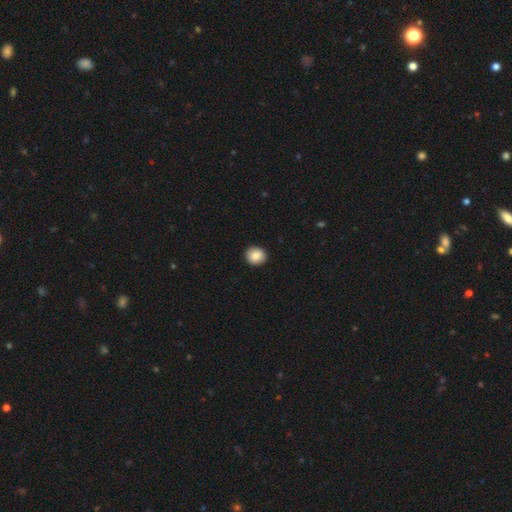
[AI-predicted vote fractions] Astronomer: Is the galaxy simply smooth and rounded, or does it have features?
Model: smooth — 85%.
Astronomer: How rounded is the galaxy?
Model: round — 82%.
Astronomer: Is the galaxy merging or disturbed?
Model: none — 91%.